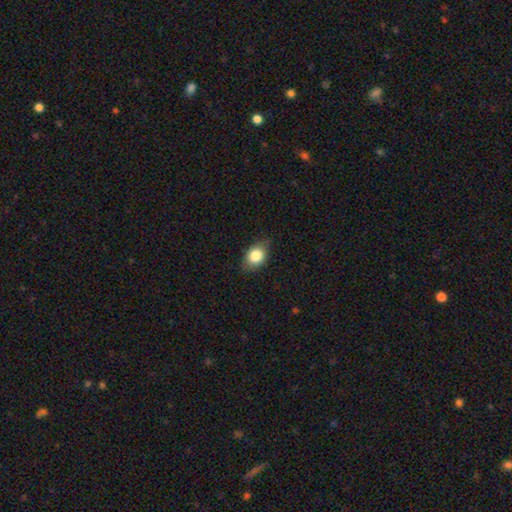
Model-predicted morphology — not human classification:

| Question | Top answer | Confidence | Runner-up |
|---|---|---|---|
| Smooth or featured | smooth | 82% | featured or disk (10%) |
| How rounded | in between | 72% | round (26%) |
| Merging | none | 79% | minor disturbance (17%) |